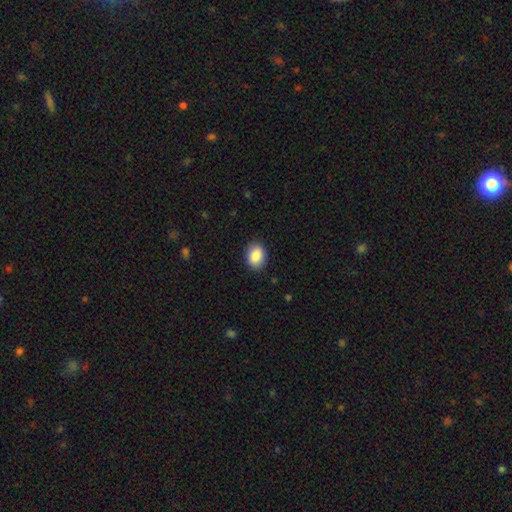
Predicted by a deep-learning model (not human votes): This appears to be a smooth galaxy with no disk features (88%) that is in between round and cigar-shaped (71%). Merging: none (88%).